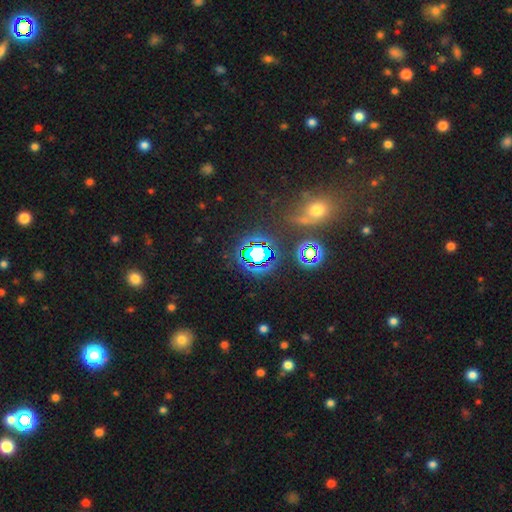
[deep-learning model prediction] Q: Smooth or featured?
A: star or artifact (69%); runner-up: smooth (20%)